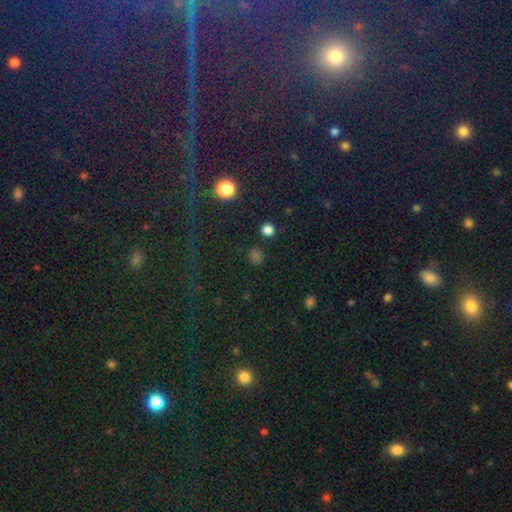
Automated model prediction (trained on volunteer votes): Smooth or featured?
  - smooth: 60% *
  - star or artifact: 35%
  - featured or disk: 5%
How rounded?
  - round: 86% *
  - in between: 13%
  - cigar-shaped: 1%
Merging?
  - none: 87% *
  - minor disturbance: 7%
  - major disturbance: 3%
  - merger: 3%